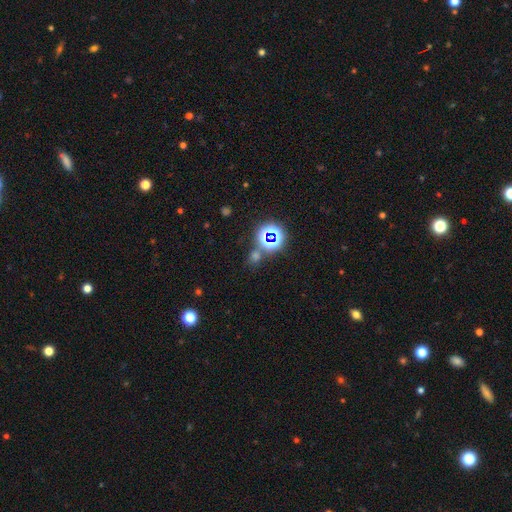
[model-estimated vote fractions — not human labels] A star or artifact, not a galaxy (58%).

Vote fractions:
- Smooth or featured? star or artifact: 58% / smooth: 34% / featured or disk: 8%